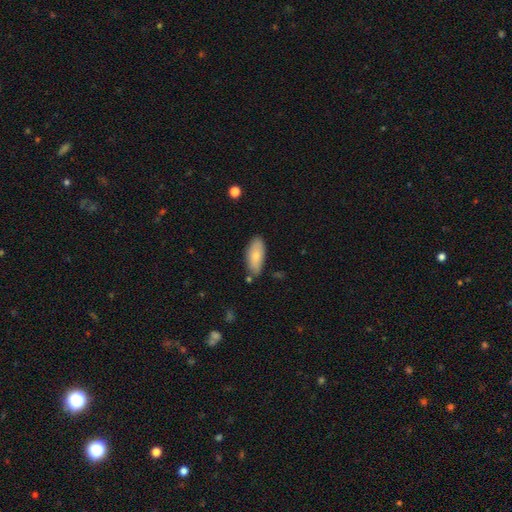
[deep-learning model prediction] The model was most divided on "merging": none: 76%, minor disturbance: 17%, merger: 4%, major disturbance: 3%. More confident: how rounded — in between (84%); smooth or featured — smooth (79%).